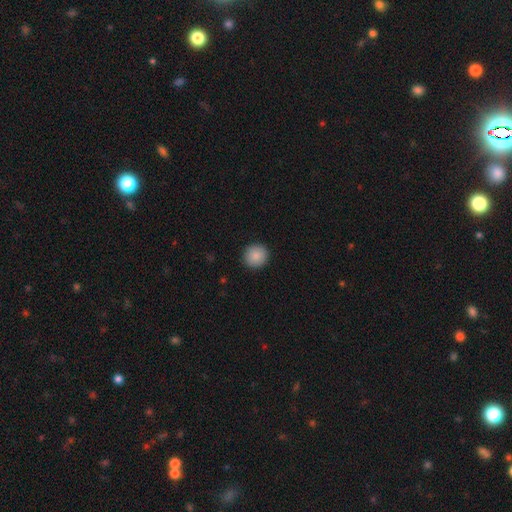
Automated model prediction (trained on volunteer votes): Smooth or featured?
  - smooth: 88% *
  - star or artifact: 8%
  - featured or disk: 4%
How rounded?
  - round: 91% *
  - in between: 8%
  - cigar-shaped: 1%
Merging?
  - none: 92% *
  - minor disturbance: 5%
  - major disturbance: 2%
  - merger: 1%